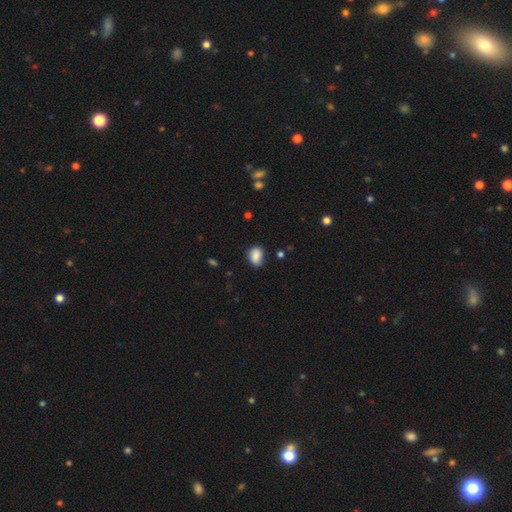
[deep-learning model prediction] smooth_or_featured: smooth (p=0.84) [alt: star or artifact p=0.08]
how_rounded: in between (p=0.69) [alt: round p=0.30]
merging: none (p=0.75) [alt: minor disturbance p=0.19]